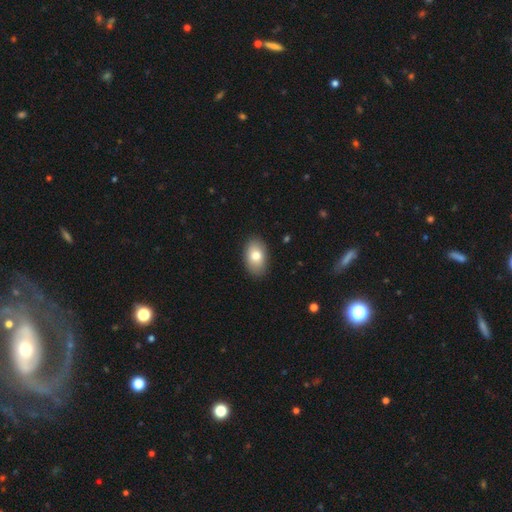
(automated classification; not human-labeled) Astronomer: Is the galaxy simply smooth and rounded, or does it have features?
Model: smooth — 79%.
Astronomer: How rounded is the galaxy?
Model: in between — 91%.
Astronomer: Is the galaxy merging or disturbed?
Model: none — 87%.